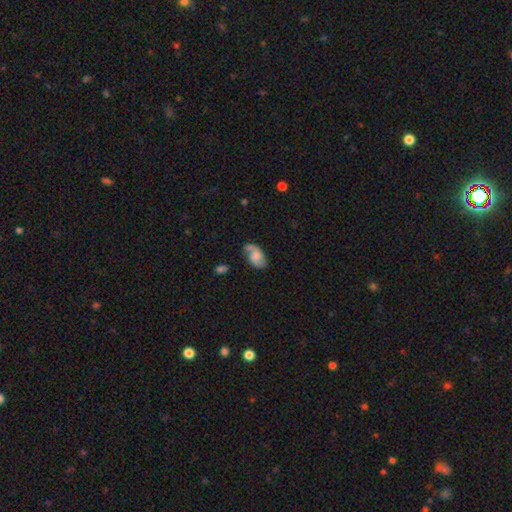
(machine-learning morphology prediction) Q: Smooth or featured?
A: featured or disk (70%); runner-up: smooth (23%)
Q: Edge-on disk?
A: no (97%); runner-up: yes (3%)
Q: Bar?
A: no (58%); runner-up: weak (35%)
Q: Spiral arms?
A: yes (93%); runner-up: no (7%)
Q: Spiral winding?
A: medium (46%); runner-up: loose (34%)
Q: Spiral arm count?
A: 2 (85%); runner-up: 1 (7%)
Q: Bulge size?
A: none (36%); runner-up: moderate (22%)
Q: Merging?
A: none (67%); runner-up: minor disturbance (21%)